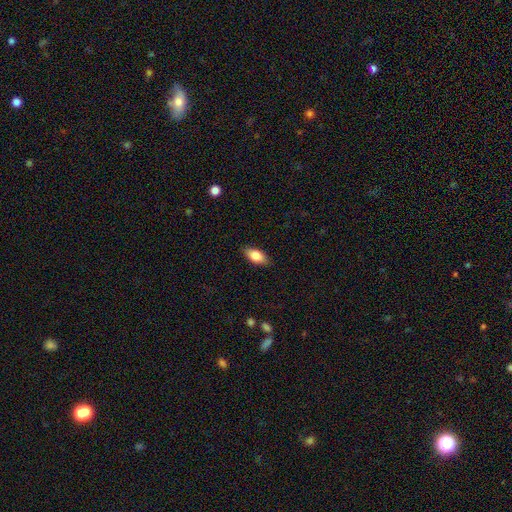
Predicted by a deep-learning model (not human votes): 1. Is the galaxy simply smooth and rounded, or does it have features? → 82% smooth, 12% featured or disk, 7% star or artifact.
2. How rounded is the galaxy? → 89% in between, 7% cigar-shaped, 4% round.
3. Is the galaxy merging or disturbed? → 86% none, 11% minor disturbance, 2% major disturbance, 1% merger.